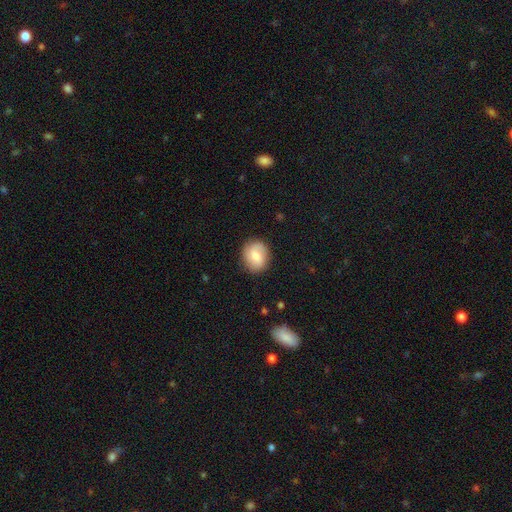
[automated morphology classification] smooth-or-featured: smooth: 68% | featured or disk: 25% | star or artifact: 7%
  how-rounded: round: 65% | in between: 34% | cigar-shaped: 1%
  merging: none: 84% | minor disturbance: 11% | major disturbance: 3% | merger: 1%